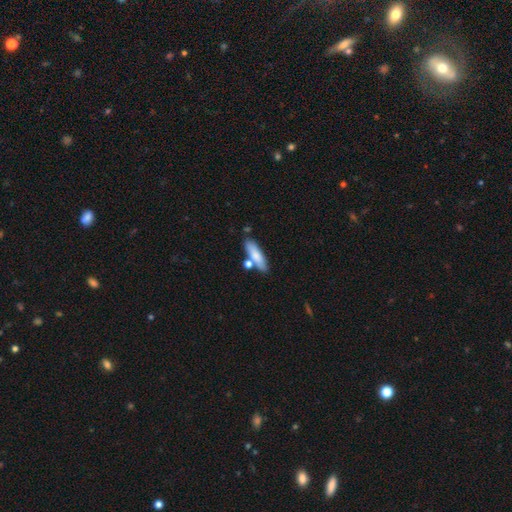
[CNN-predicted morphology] A smooth galaxy with no disk features (78%) that is cigar-shaped (58%). Merging: none (69%).